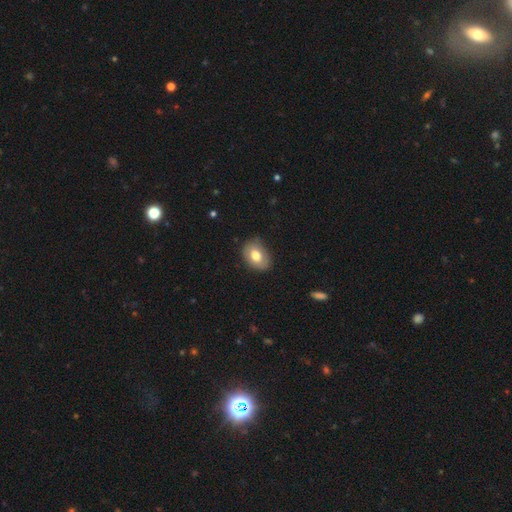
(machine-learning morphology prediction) The model was most divided on "how rounded": in between: 74%, round: 25%, cigar-shaped: 1%. More confident: merging — none (77%); smooth or featured — smooth (72%).